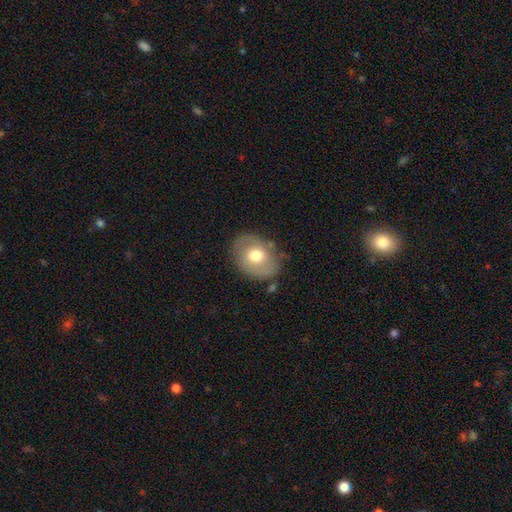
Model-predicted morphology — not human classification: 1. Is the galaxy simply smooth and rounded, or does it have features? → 57% smooth, 36% featured or disk, 7% star or artifact.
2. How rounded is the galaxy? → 59% in between, 40% round, 1% cigar-shaped.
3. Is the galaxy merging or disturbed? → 75% none, 16% minor disturbance, 6% major disturbance, 3% merger.